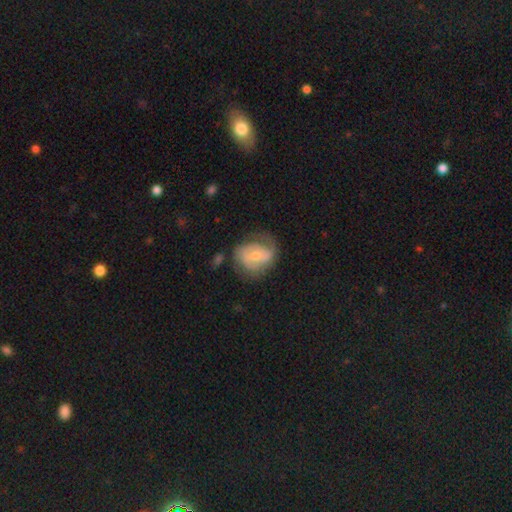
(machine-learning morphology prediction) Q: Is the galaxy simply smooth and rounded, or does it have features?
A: featured or disk — 66%.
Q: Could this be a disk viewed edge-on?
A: no — 97%.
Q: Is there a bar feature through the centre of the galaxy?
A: no — 48%.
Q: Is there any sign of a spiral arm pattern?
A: yes — 81%.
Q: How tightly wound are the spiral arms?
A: medium — 40%, tied with tight.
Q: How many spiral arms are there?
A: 2 — 57%.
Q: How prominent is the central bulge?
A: moderate — 55%.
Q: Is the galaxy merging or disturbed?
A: none — 54%.